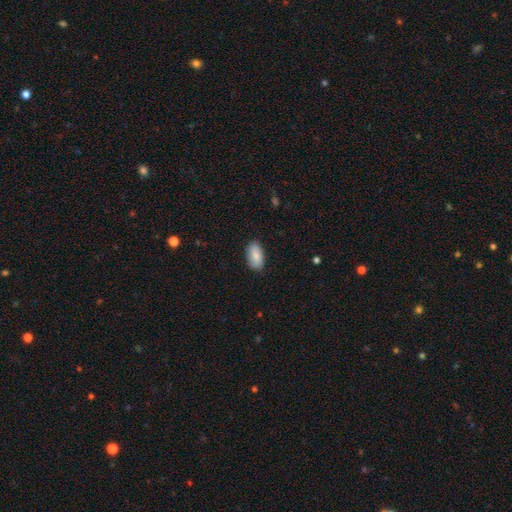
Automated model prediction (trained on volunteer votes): smooth-or-featured: smooth: 82% | featured or disk: 12% | star or artifact: 6%
  how-rounded: in between: 94% | round: 3% | cigar-shaped: 3%
  merging: none: 84% | minor disturbance: 13% | major disturbance: 2% | merger: 1%